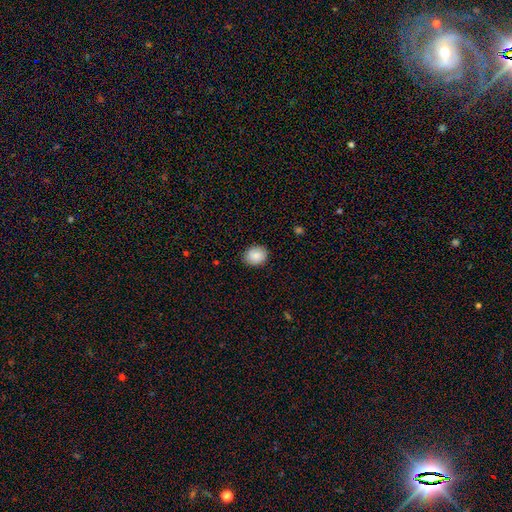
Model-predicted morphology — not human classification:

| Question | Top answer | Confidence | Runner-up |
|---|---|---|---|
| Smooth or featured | smooth | 89% | star or artifact (7%) |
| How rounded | round | 51% | in between (48%) |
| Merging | none | 88% | minor disturbance (9%) |